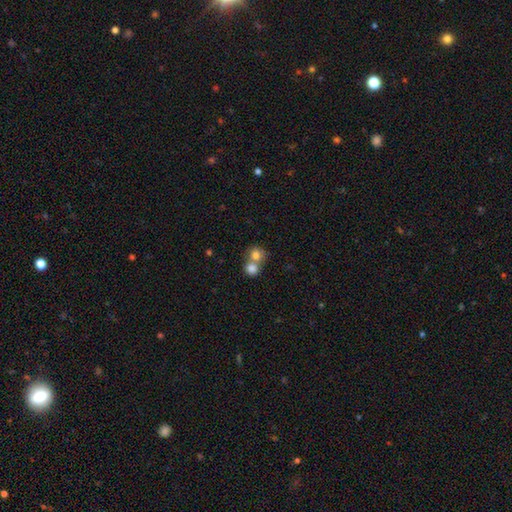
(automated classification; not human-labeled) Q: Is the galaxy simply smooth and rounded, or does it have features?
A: smooth — 79%.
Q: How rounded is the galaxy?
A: round — 81%.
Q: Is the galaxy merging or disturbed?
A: merger — 60%.